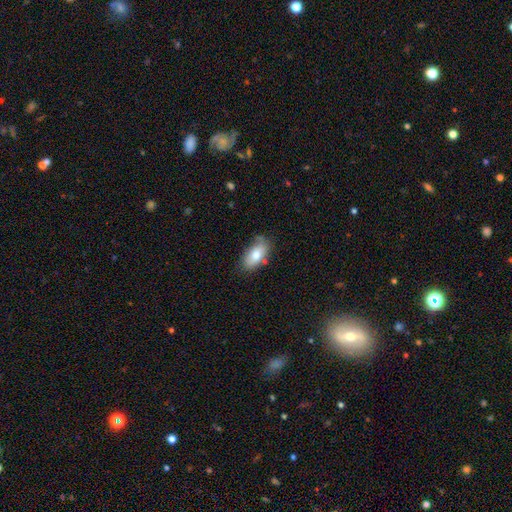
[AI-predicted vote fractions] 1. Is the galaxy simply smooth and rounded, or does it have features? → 77% smooth, 16% featured or disk, 7% star or artifact.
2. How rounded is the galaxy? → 90% in between, 6% cigar-shaped, 3% round.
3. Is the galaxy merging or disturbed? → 73% none, 19% minor disturbance, 4% merger, 4% major disturbance.